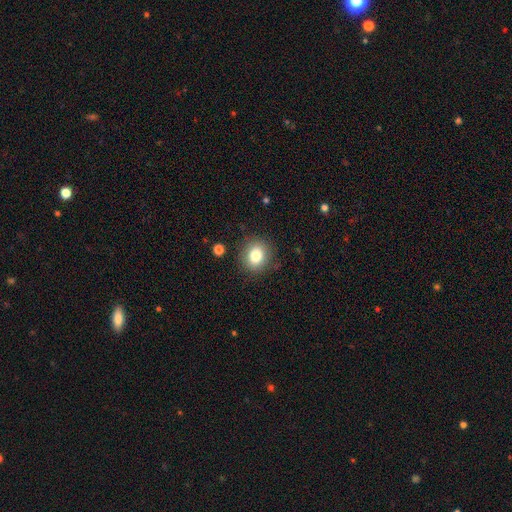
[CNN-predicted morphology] Smooth or featured: smooth — 80% (star or artifact — 11%)
How rounded: round — 74% (in between — 25%)
Merging: none — 87% (minor disturbance — 9%)